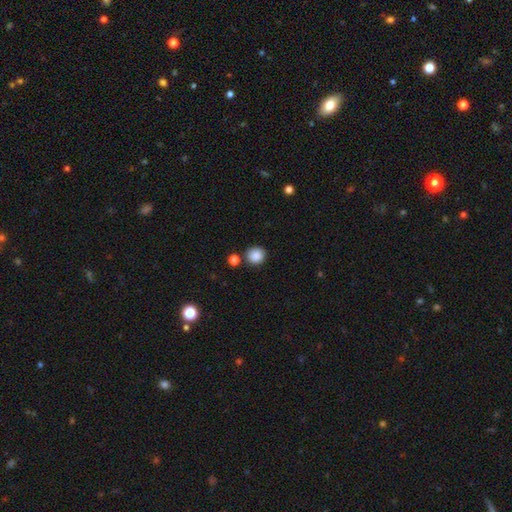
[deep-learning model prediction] Smooth or featured? Predicted: smooth (p=0.87). How rounded? Predicted: round (p=0.90). Merging? Predicted: none (p=0.83).